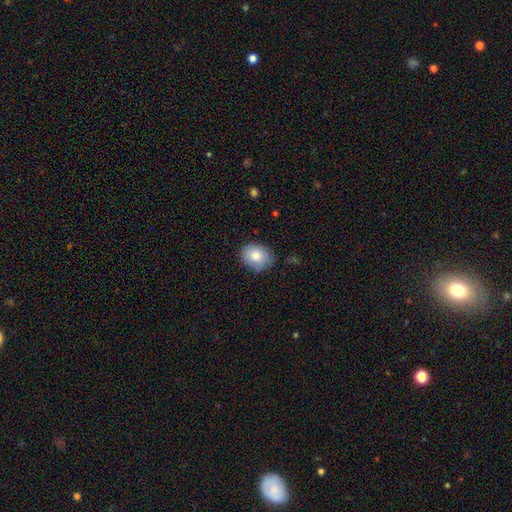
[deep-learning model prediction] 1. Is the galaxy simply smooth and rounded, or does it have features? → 81% smooth, 12% featured or disk, 8% star or artifact.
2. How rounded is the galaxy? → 52% in between, 47% round, 1% cigar-shaped.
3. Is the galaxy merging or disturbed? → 73% none, 22% minor disturbance, 4% major disturbance, 1% merger.